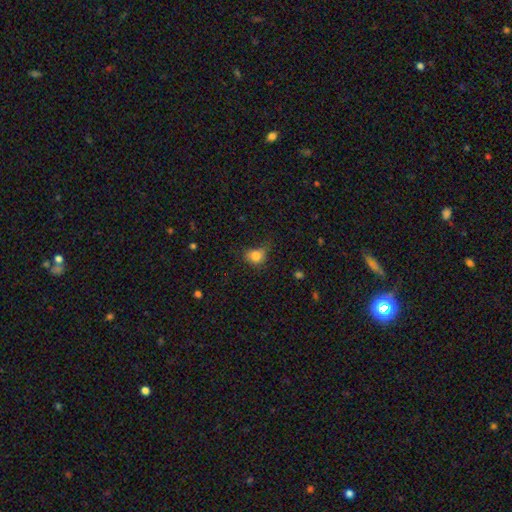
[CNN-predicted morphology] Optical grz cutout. It shows a smooth galaxy with no disk features (80%) that is round (58%). Merging: none (47%).